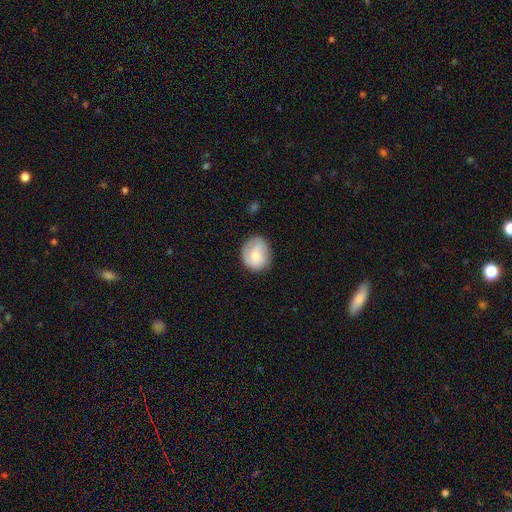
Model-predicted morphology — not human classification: This appears to be a smooth galaxy with no disk features (59%) that is round (70%). Merging: none (77%).